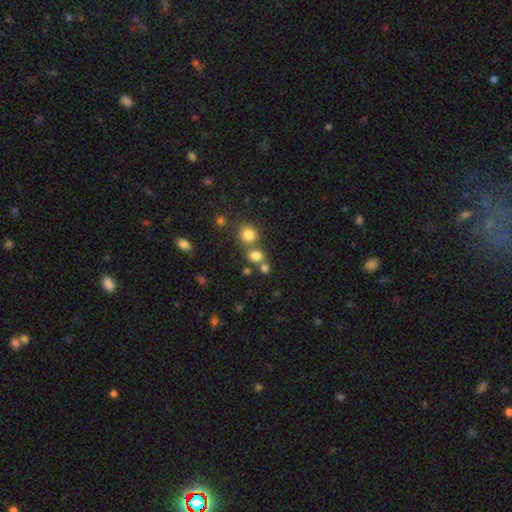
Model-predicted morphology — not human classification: The model was most divided on "merging": none: 57%, merger: 31%, minor disturbance: 8%, major disturbance: 4%. More confident: how rounded — round (79%); smooth or featured — smooth (76%).